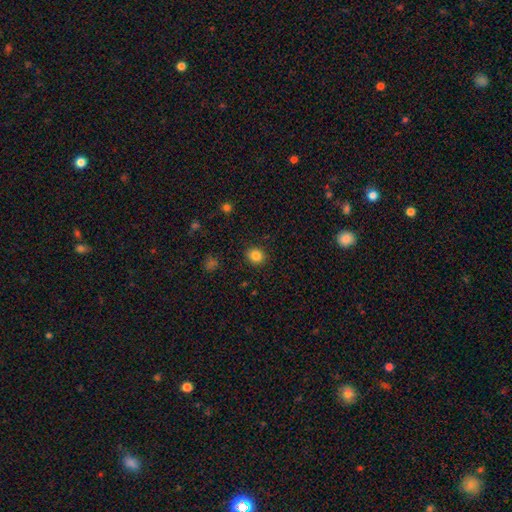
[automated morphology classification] Overall: smooth (84%). How rounded: round (84%). Merging: none (91%).